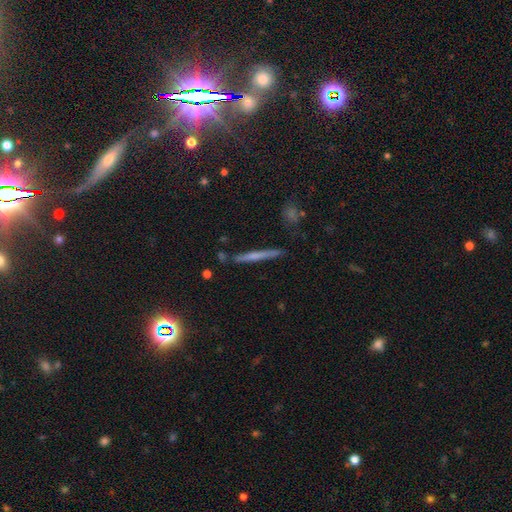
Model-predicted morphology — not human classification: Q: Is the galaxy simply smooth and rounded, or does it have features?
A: smooth — 45%, tied with featured or disk.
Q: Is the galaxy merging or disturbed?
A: none — 87%.